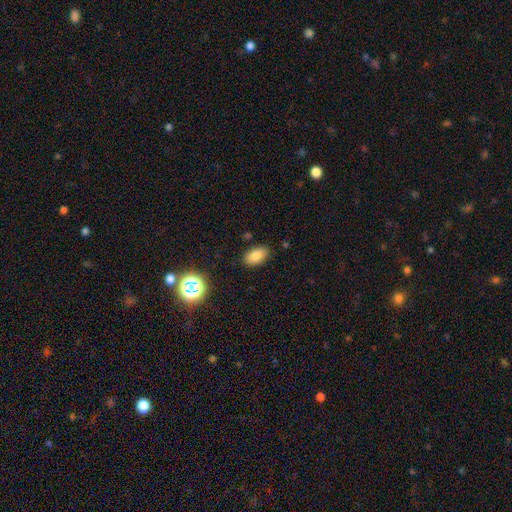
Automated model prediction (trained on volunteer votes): Q: Smooth or featured?
A: smooth (79%); runner-up: star or artifact (11%)
Q: How rounded?
A: in between (91%); runner-up: round (6%)
Q: Merging?
A: none (86%); runner-up: minor disturbance (10%)